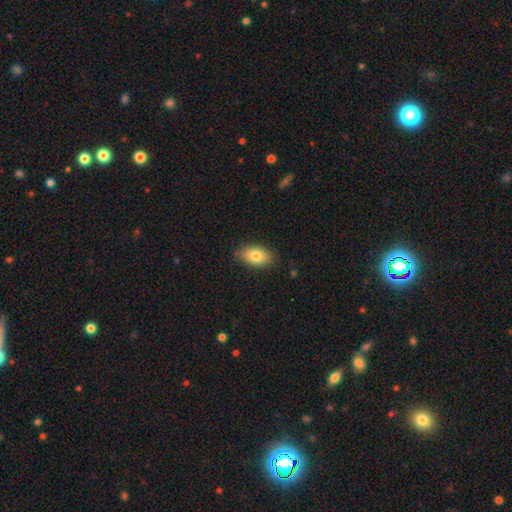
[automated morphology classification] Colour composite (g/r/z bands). It shows a smooth galaxy with no disk features (81%) that is in between round and cigar-shaped (89%). Merging: none (82%).